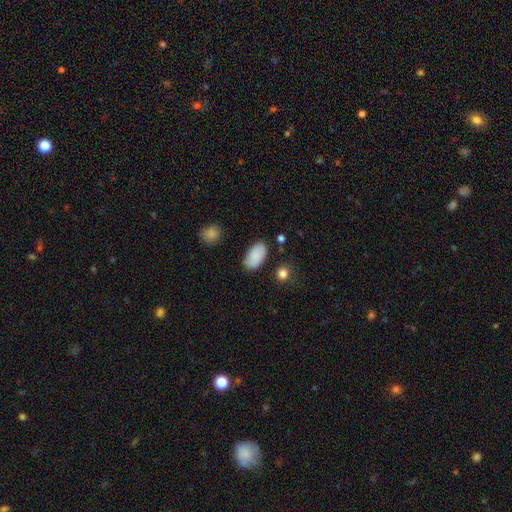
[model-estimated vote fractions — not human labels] Overall: smooth (88%). How rounded: in between (95%). Merging: none (82%).